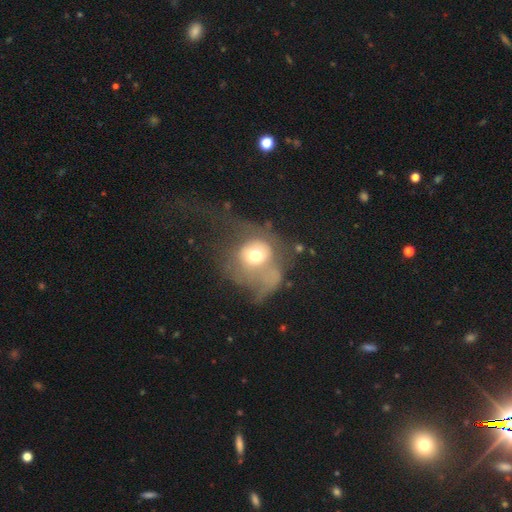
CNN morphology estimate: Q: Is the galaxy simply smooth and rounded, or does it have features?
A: smooth — 54%.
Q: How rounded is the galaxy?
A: round — 75%.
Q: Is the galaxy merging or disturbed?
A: major disturbance — 58%.